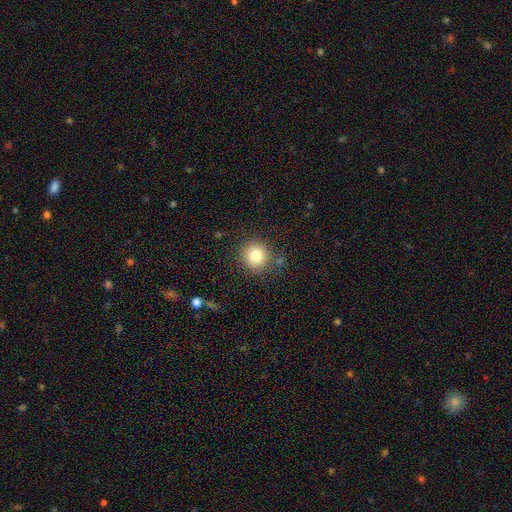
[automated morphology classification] Smooth or featured? Predicted: smooth (p=0.81). How rounded? Predicted: round (p=0.92). Merging? Predicted: none (p=0.84).